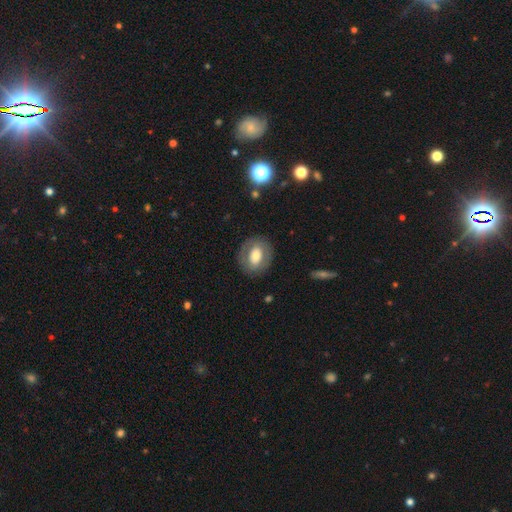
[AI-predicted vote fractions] Overall: smooth (54%; featured or disk 39%). How rounded: in between (58%; round 41%). Merging: none (82%).